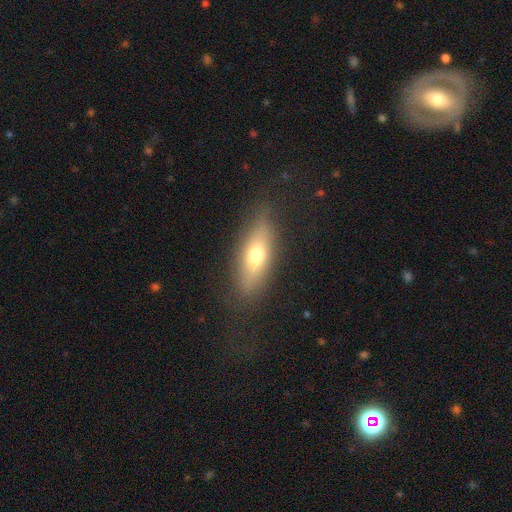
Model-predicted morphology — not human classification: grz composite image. It shows a smooth galaxy with no disk features (61%) that is in between round and cigar-shaped (57%). Merging: none (82%).